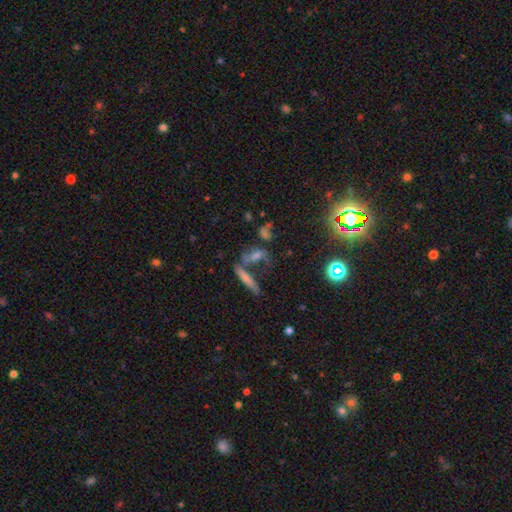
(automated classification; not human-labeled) This is marginally a smooth galaxy (36%). Merging: marginally none (44%).